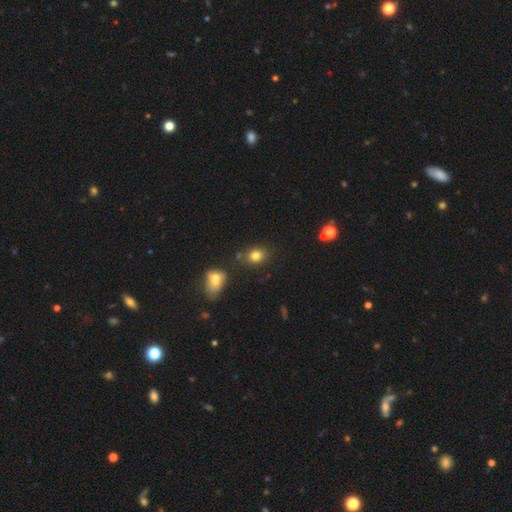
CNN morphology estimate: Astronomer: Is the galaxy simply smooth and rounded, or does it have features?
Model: smooth — 80%.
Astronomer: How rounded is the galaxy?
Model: in between — 51% (runner-up: round, 47%).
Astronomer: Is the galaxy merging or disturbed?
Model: none — 76%.